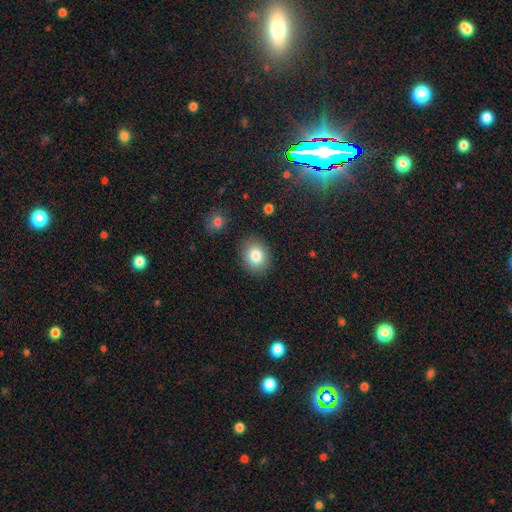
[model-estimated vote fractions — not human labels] smooth_or_featured: smooth (p=0.83) [alt: star or artifact p=0.09]
how_rounded: round (p=0.57) [alt: in between p=0.42]
merging: none (p=0.87) [alt: minor disturbance p=0.09]